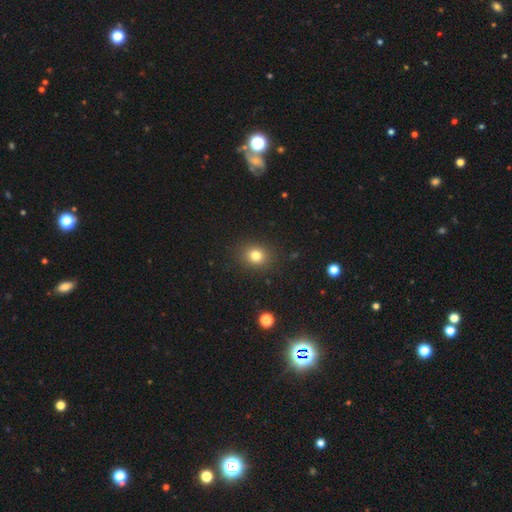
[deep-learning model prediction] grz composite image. It shows a smooth galaxy with no disk features (79%) that is round (70%). Merging: none (89%).